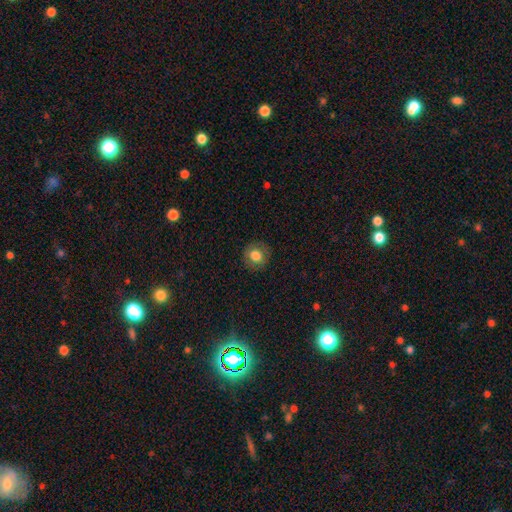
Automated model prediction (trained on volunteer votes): A smooth galaxy with no disk features (76%) that is round (88%).

Vote fractions:
- Smooth or featured? smooth: 76% / featured or disk: 15% / star or artifact: 9%
- How rounded? round: 88% / in between: 11% / cigar-shaped: 1%
- Merging? none: 88% / minor disturbance: 9% / major disturbance: 3% / merger: 1%